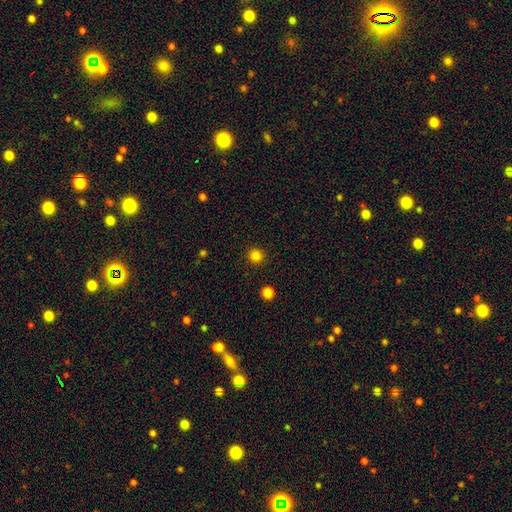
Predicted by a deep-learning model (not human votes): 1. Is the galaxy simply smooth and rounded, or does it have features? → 83% smooth, 14% star or artifact, 4% featured or disk.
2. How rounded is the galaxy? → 95% round, 4% in between, 1% cigar-shaped.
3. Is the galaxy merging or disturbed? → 92% none, 5% minor disturbance, 2% major disturbance, 1% merger.